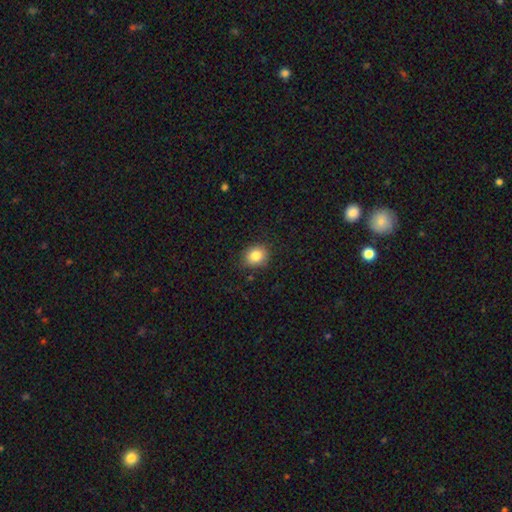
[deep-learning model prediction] Morphology: type=smooth (84%); roundness=round (64%); merging=none (86%).